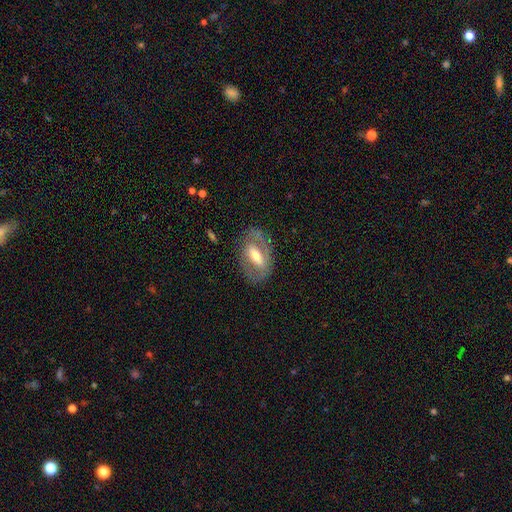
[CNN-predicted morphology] A featured or disk galaxy (65%) with a strong bar (46%), no spiral arms (59%) and a moderate central bulge (63%). Merging: none (74%).